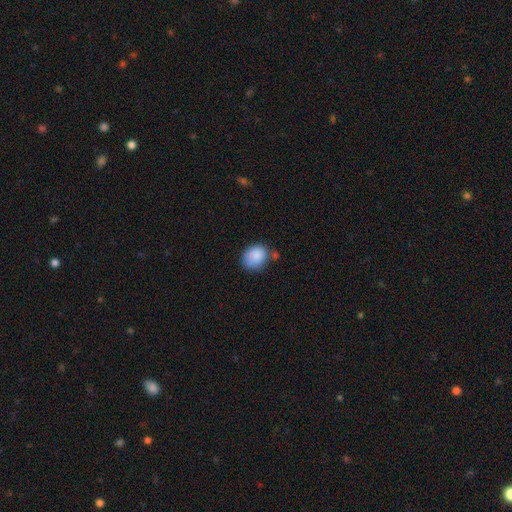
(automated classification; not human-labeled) smooth-or-featured: smooth: 85% | star or artifact: 8% | featured or disk: 7%
  how-rounded: round: 50% | in between: 49% | cigar-shaped: 1%
  merging: none: 58% | minor disturbance: 25% | merger: 10% | major disturbance: 7%